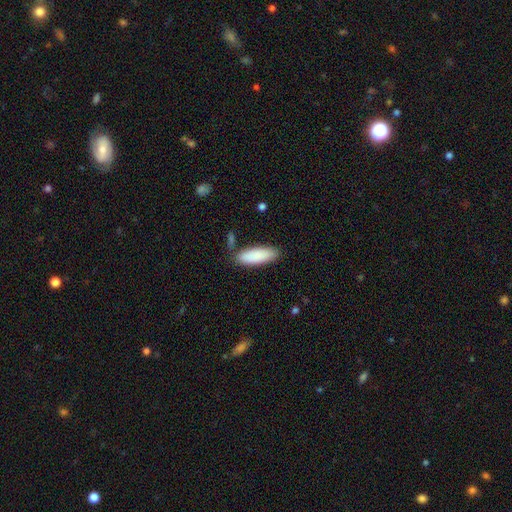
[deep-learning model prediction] Overall: smooth (88%). How rounded: in between (59%; cigar-shaped 40%). Merging: none (80%).